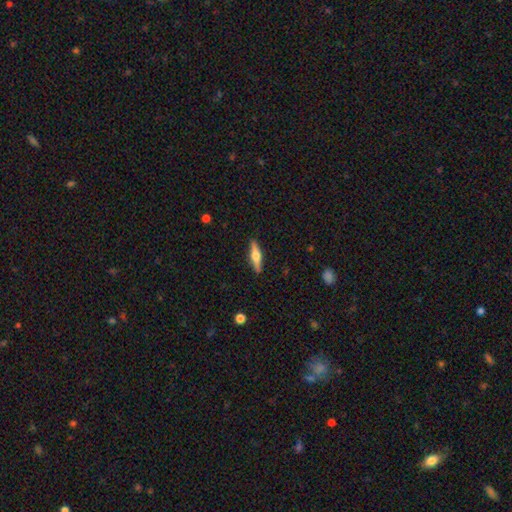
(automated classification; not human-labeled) A featured or disk galaxy (55%) viewed edge-on (95%) with a rounded central bulge (92%). Merging: none (90%).